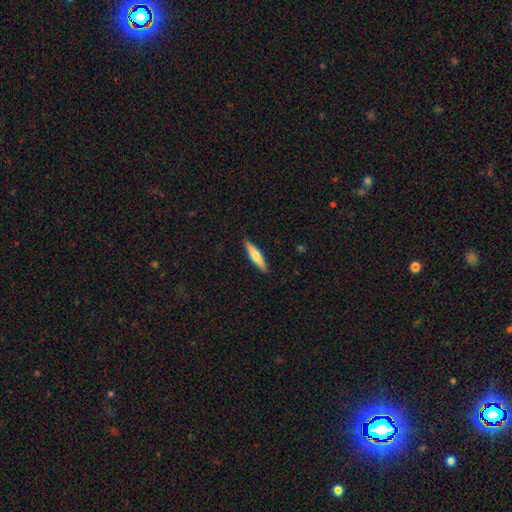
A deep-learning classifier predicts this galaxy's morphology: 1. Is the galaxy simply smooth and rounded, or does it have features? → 61% smooth, 33% featured or disk, 5% star or artifact.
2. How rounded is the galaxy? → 85% cigar-shaped, 14% in between, 1% round.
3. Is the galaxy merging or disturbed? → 90% none, 7% minor disturbance, 2% major disturbance, 1% merger.